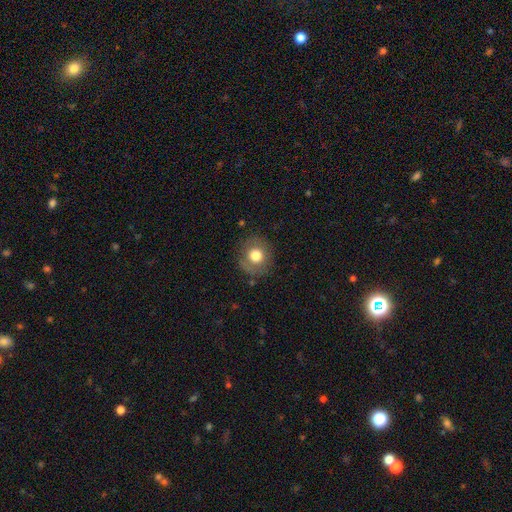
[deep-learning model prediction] Smooth or featured? smooth (73%)
How rounded? round (88%)
Merging? none (82%)